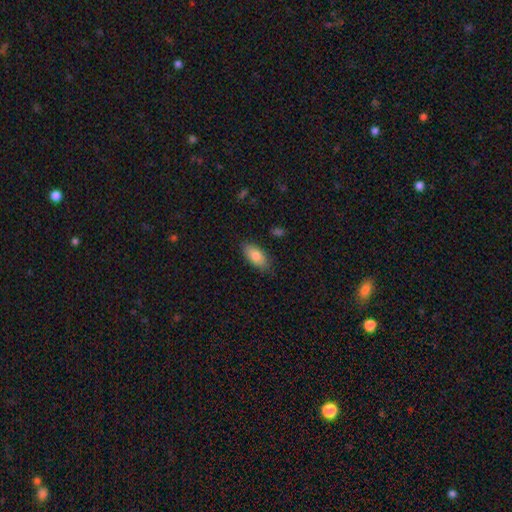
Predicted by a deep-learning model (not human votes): smooth 82%, featured or disk 12%, star or artifact 7%. Down the decision tree: how rounded — in between (89%); merging — none (83%).